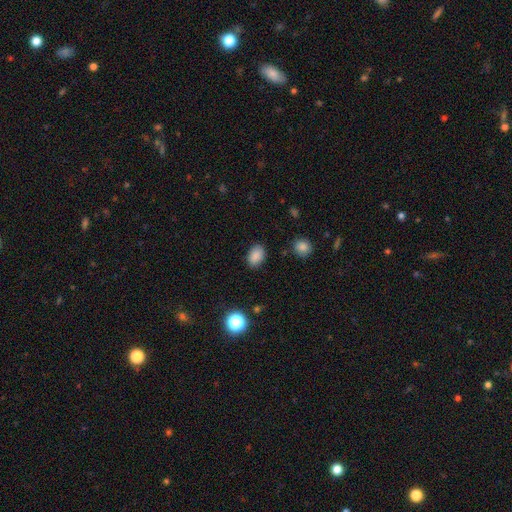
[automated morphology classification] This is clearly a smooth galaxy (87%). How rounded: clearly in between (83%). Merging: clearly none (85%).